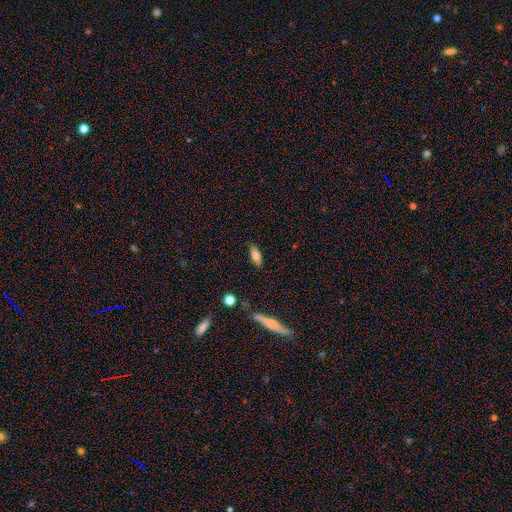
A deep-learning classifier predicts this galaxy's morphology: The model was most divided on "how rounded": in between: 74%, cigar-shaped: 23%, round: 3%. More confident: merging — none (86%); smooth or featured — smooth (74%).